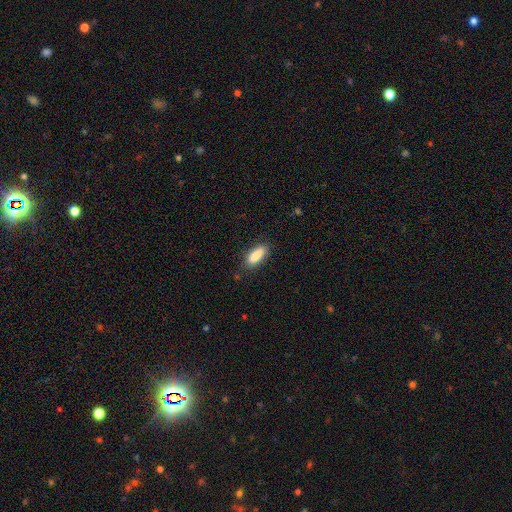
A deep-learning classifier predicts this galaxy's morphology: This is clearly a smooth galaxy (87%). How rounded: likely in between (67%). Merging: clearly none (82%).